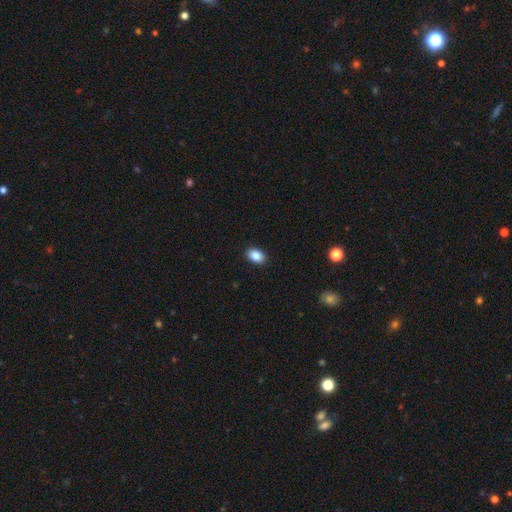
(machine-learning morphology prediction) smooth-or-featured: smooth: 87% | star or artifact: 8% | featured or disk: 4%
  how-rounded: in between: 83% | round: 16% | cigar-shaped: 1%
  merging: none: 91% | minor disturbance: 6% | major disturbance: 2% | merger: 1%